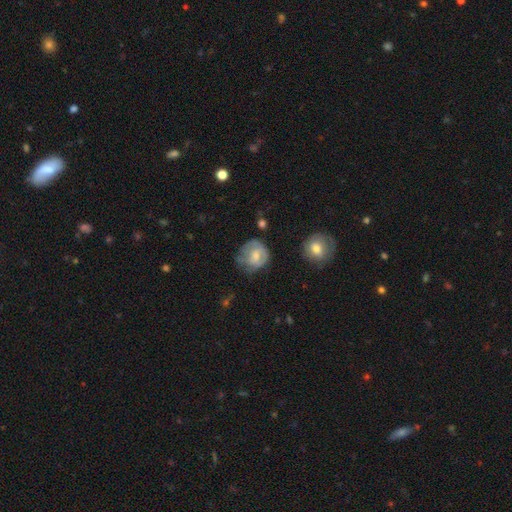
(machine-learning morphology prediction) Smooth or featured: smooth — 51% (featured or disk — 41%)
How rounded: round — 74% (in between — 25%)
Merging: none — 49% (minor disturbance — 31%)